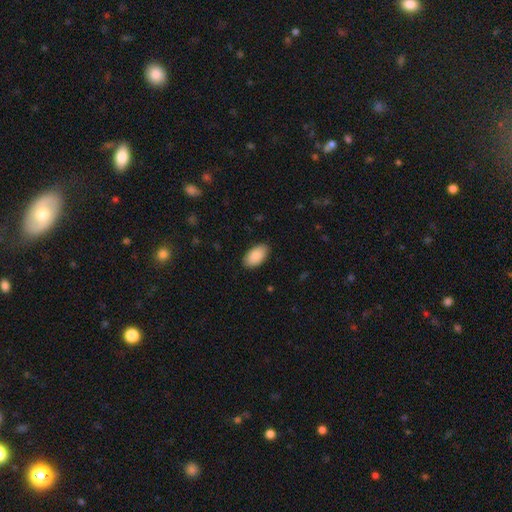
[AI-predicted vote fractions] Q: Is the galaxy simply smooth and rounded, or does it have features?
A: smooth — 90%.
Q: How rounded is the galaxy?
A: in between — 95%.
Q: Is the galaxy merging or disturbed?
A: none — 87%.